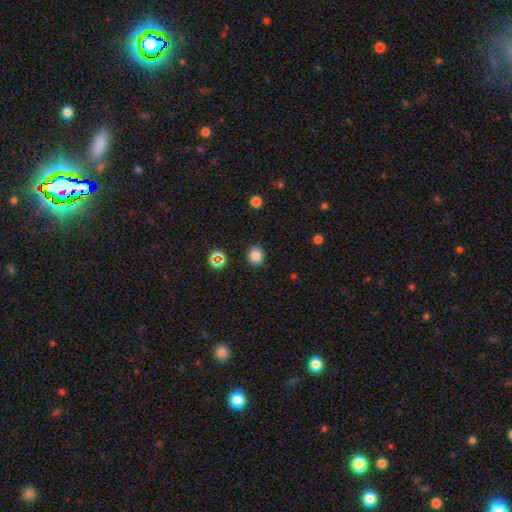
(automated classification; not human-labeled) The model was most divided on "how rounded": round: 81%, in between: 18%, cigar-shaped: 1%. More confident: merging — none (87%); smooth or featured — smooth (82%).